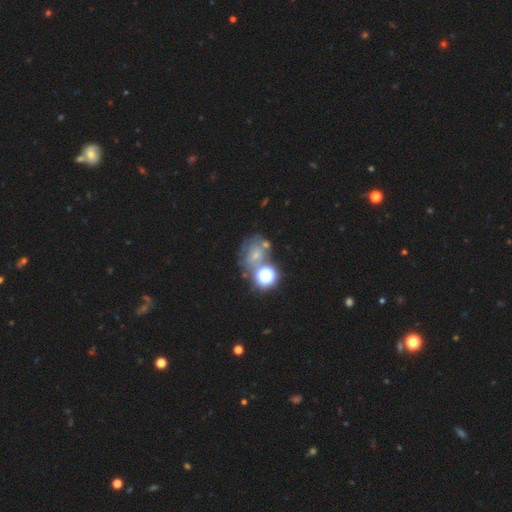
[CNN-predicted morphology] Smooth or featured? featured or disk (40%)
Merging? none (43%)